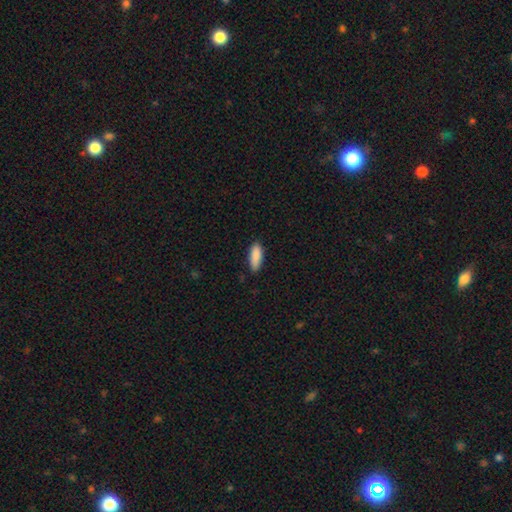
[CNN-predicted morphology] smooth-or-featured: smooth: 89% | star or artifact: 6% | featured or disk: 5%
  how-rounded: in between: 67% | cigar-shaped: 31% | round: 2%
  merging: none: 83% | minor disturbance: 14% | major disturbance: 2% | merger: 1%